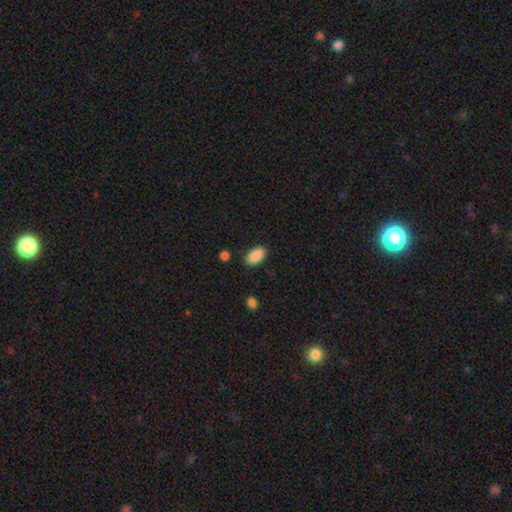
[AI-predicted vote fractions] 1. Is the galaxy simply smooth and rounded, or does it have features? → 89% smooth, 7% star or artifact, 3% featured or disk.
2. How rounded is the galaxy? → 94% in between, 4% round, 2% cigar-shaped.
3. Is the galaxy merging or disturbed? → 85% none, 10% minor disturbance, 3% major disturbance, 2% merger.